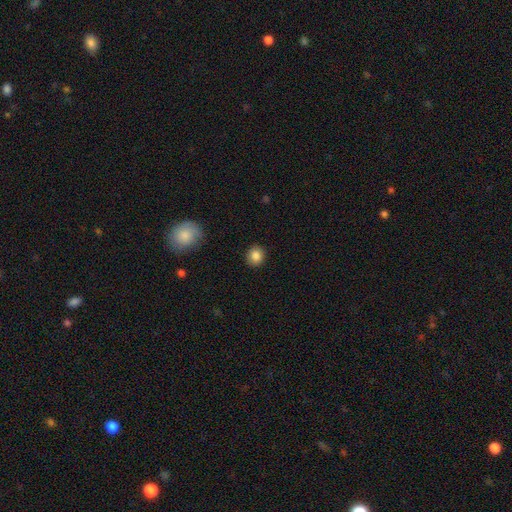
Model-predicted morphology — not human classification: Smooth or featured?
  - smooth: 85% *
  - star or artifact: 10%
  - featured or disk: 5%
How rounded?
  - round: 81% *
  - in between: 18%
  - cigar-shaped: 1%
Merging?
  - none: 90% *
  - minor disturbance: 7%
  - major disturbance: 2%
  - merger: 1%